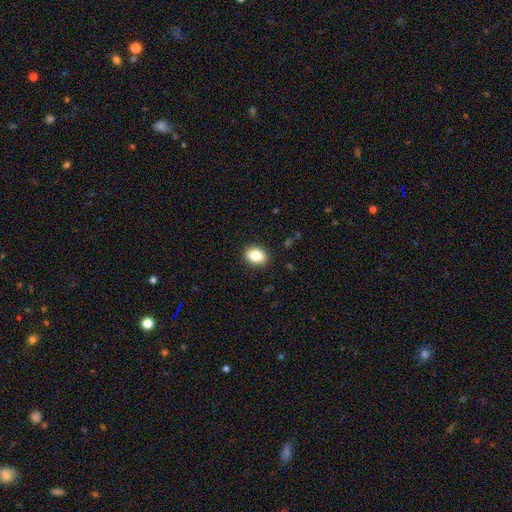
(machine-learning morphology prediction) Smooth or featured: smooth — 85% (star or artifact — 9%)
How rounded: in between — 67% (round — 32%)
Merging: none — 89% (minor disturbance — 8%)